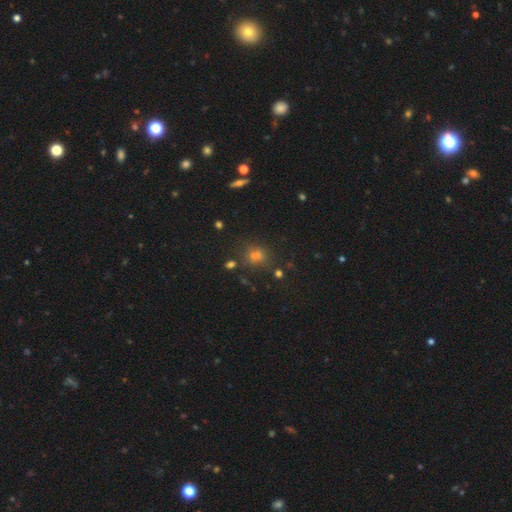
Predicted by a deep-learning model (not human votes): Smooth or featured? smooth (64%)
How rounded? round (73%)
Merging? none (76%)